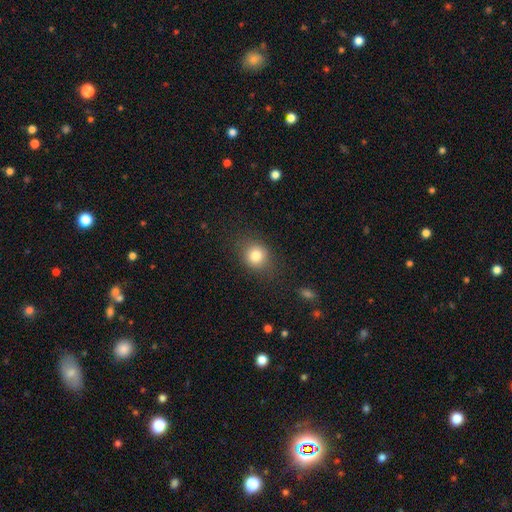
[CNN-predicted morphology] Smooth or featured? smooth (81%)
How rounded? round (73%)
Merging? none (79%)